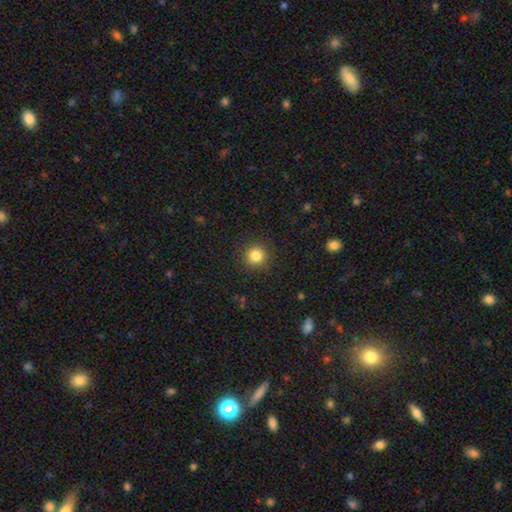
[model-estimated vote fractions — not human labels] Overall: smooth (84%). How rounded: round (94%). Merging: none (91%).